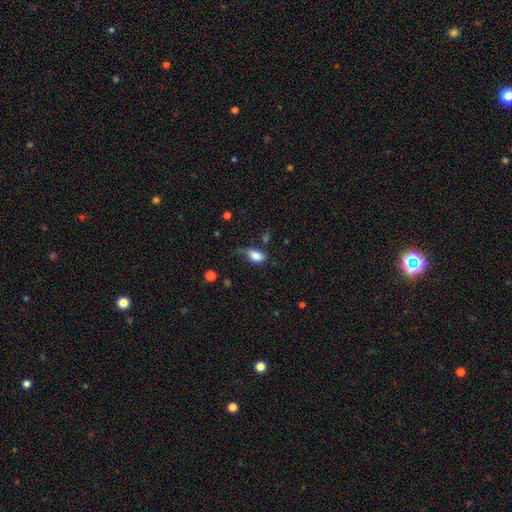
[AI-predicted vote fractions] Smooth or featured?
  - smooth: 82% *
  - featured or disk: 10%
  - star or artifact: 8%
How rounded?
  - in between: 90% *
  - round: 6%
  - cigar-shaped: 4%
Merging?
  - none: 45% *
  - minor disturbance: 35%
  - major disturbance: 17%
  - merger: 3%